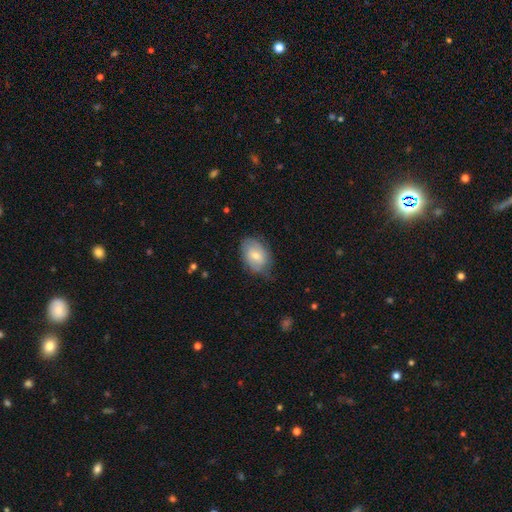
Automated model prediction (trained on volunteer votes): This appears to be a smooth galaxy with no disk features (60%) that is in between round and cigar-shaped (82%). Merging: none (65%).